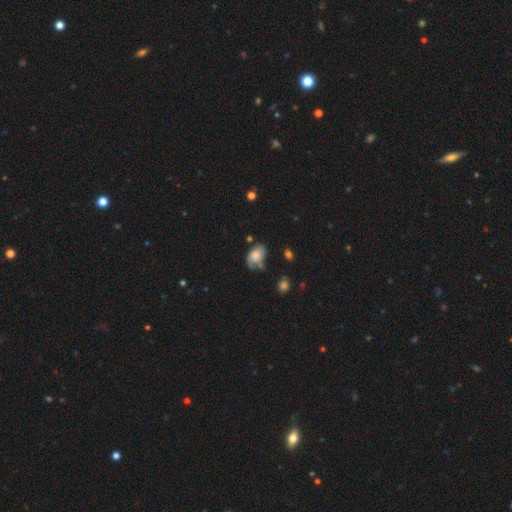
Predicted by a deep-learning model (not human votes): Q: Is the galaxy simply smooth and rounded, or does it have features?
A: smooth — 66%.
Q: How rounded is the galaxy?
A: in between — 86%.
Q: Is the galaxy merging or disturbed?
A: none — 40%.